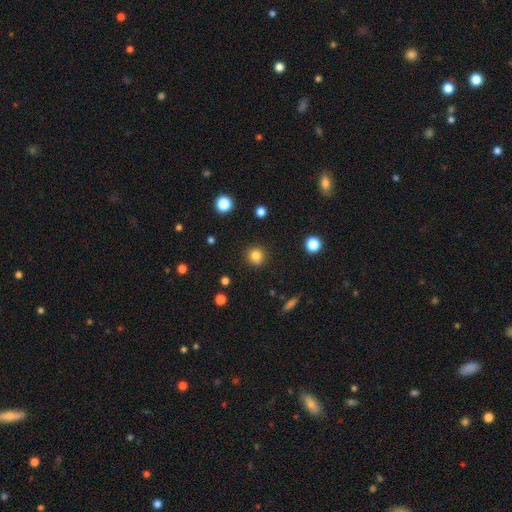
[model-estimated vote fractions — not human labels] This appears to be a smooth galaxy with no disk features (81%) that is round (92%). Merging: none (87%).